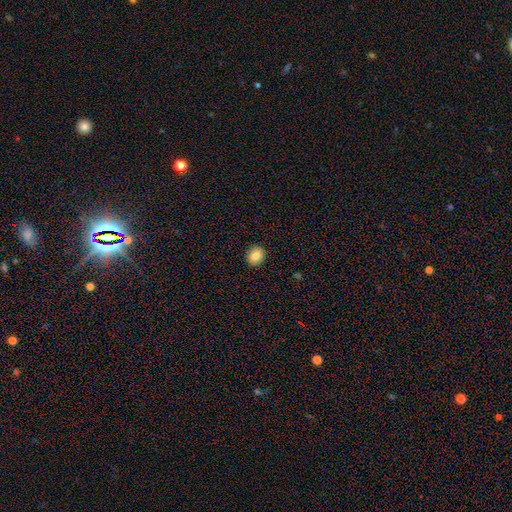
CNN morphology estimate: type=smooth (85%); roundness=round (62%); merging=none (91%).